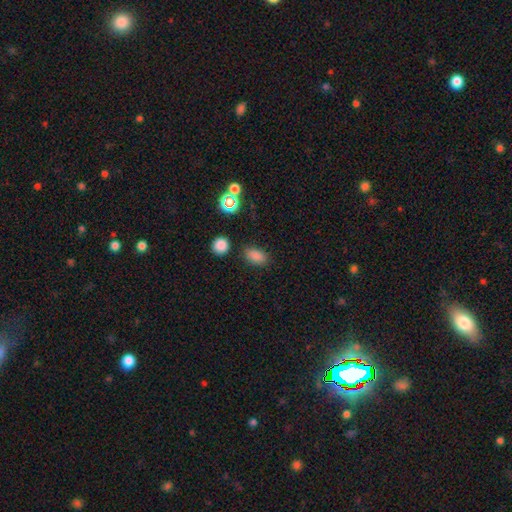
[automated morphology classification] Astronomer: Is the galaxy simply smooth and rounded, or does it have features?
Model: smooth — 83%.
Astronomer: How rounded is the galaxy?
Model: in between — 85%.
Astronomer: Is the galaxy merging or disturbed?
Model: none — 82%.